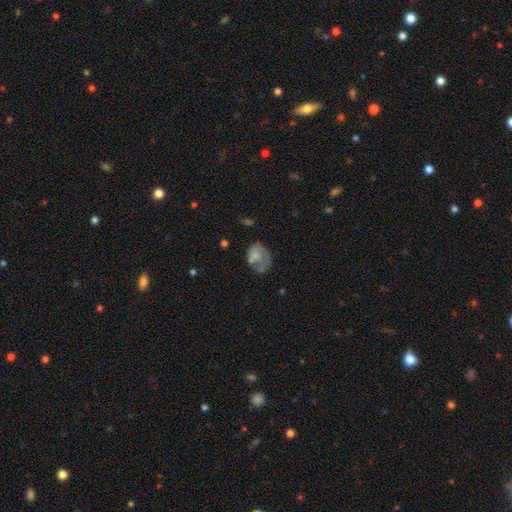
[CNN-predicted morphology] The model was most divided on "merging": major disturbance: 33%, none: 31%, minor disturbance: 26%, merger: 10%. More confident: how rounded — in between (62%); smooth or featured — smooth (52%).